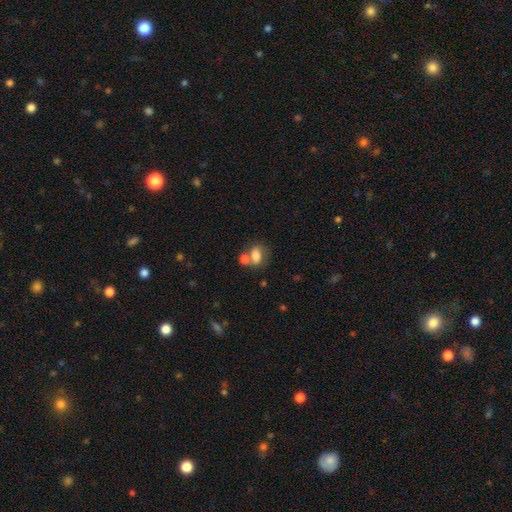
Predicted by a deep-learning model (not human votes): The model was most divided on "merging": merger: 44%, none: 37%, minor disturbance: 13%, major disturbance: 7%. More confident: smooth or featured — smooth (75%); how rounded — in between (74%).